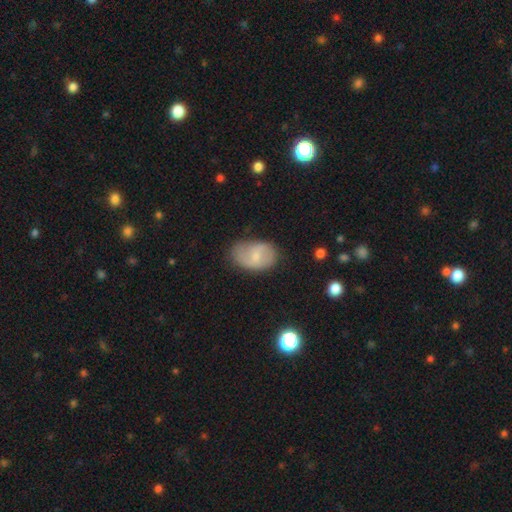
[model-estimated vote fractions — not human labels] This is possibly a smooth galaxy (53%). How rounded: clearly in between (85%). Merging: likely none (63%).